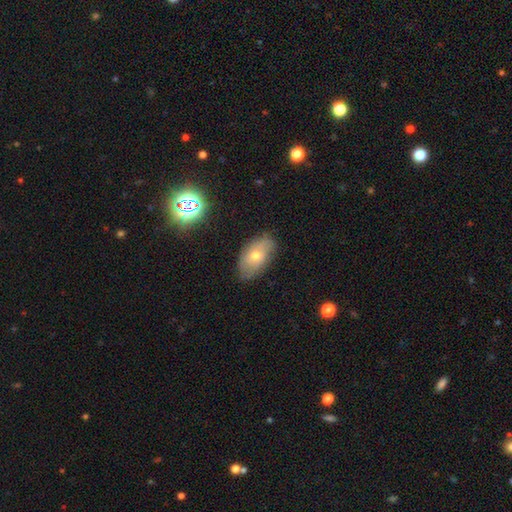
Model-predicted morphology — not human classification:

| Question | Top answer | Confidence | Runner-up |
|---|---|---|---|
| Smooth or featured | smooth | 56% | featured or disk (33%) |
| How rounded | in between | 91% | round (6%) |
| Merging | none | 77% | minor disturbance (18%) |